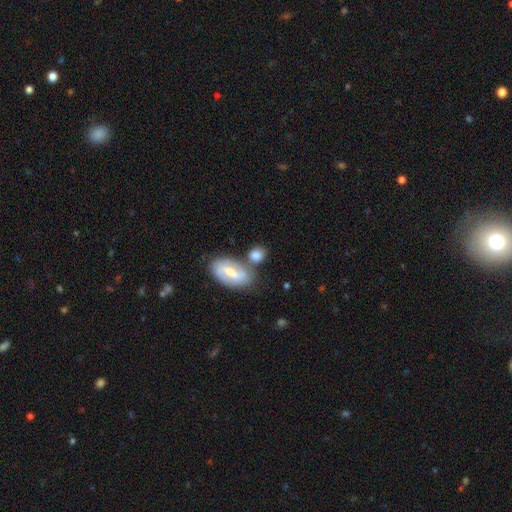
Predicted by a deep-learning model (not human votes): smooth_or_featured: smooth (p=0.68) [alt: featured or disk p=0.24]
how_rounded: in between (p=0.52) [alt: round p=0.44]
merging: none (p=0.57) [alt: merger p=0.23]